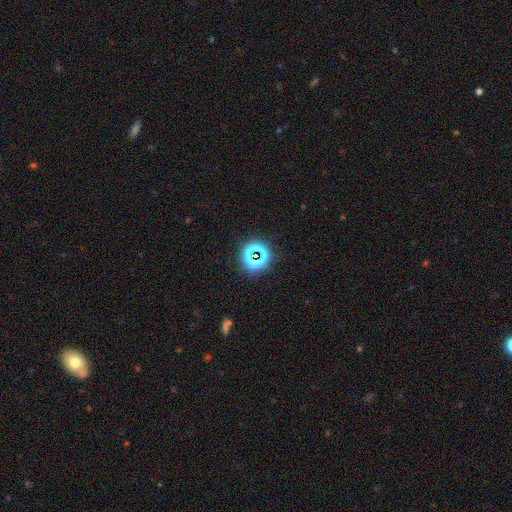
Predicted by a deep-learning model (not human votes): This is likely a star or artifact rather than a galaxy (64%).